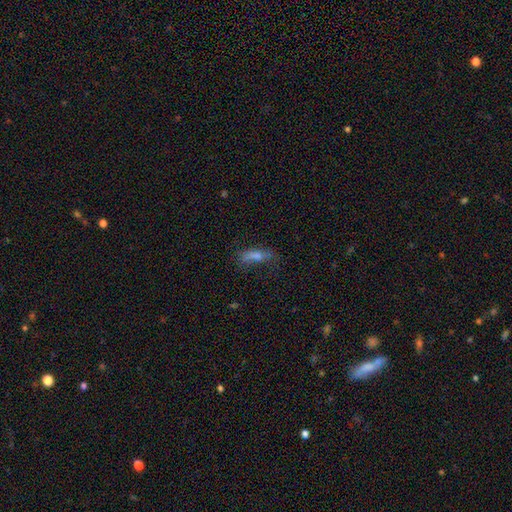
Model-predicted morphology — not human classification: This is possibly a smooth galaxy (52%). How rounded: possibly cigar-shaped (51%). Merging: possibly none (52%).